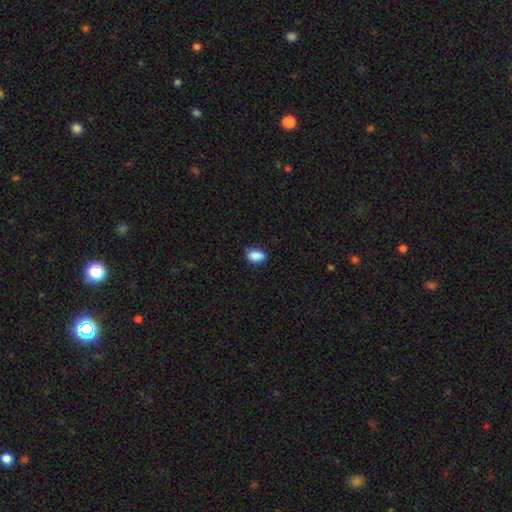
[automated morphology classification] Smooth or featured: smooth — 88% (star or artifact — 8%)
How rounded: in between — 85% (round — 13%)
Merging: none — 81% (minor disturbance — 15%)